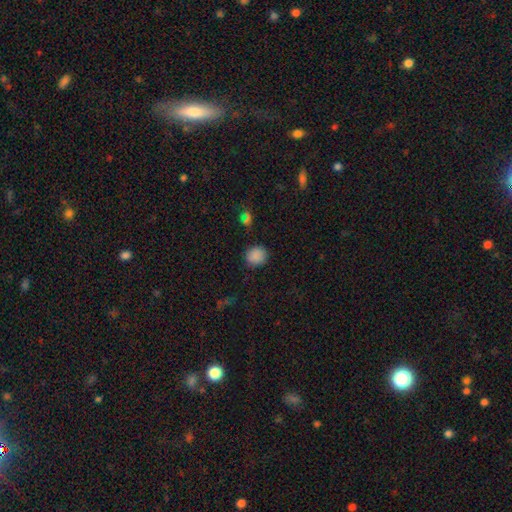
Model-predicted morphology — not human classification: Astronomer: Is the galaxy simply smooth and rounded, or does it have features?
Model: smooth — 85%.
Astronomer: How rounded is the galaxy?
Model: round — 84%.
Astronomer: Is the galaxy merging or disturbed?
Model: none — 85%.